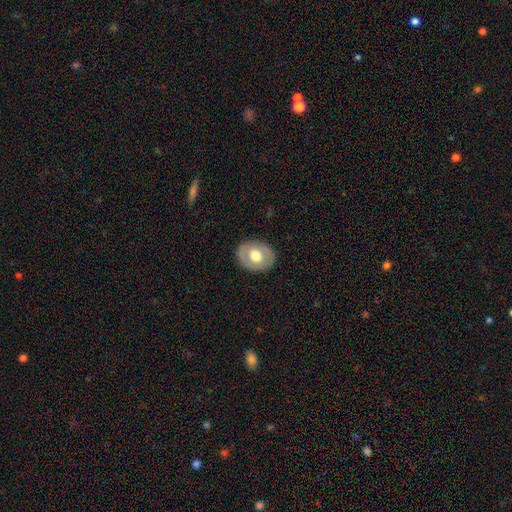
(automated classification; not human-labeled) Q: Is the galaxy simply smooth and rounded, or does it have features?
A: smooth — 56%.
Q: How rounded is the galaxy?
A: in between — 56%.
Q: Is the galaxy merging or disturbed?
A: none — 86%.